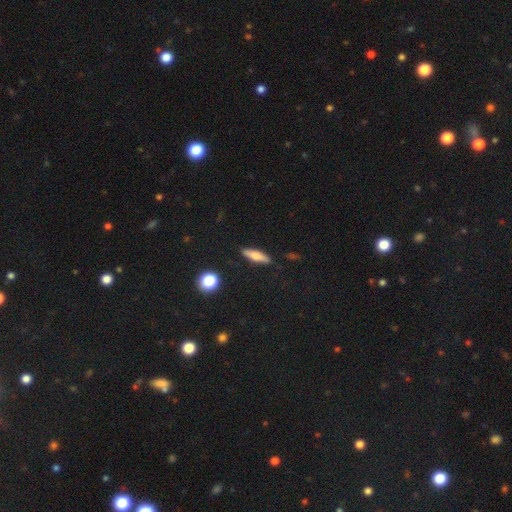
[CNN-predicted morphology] Smooth or featured: smooth — 61% (featured or disk — 32%)
How rounded: cigar-shaped — 68% (in between — 28%)
Merging: none — 87% (minor disturbance — 9%)